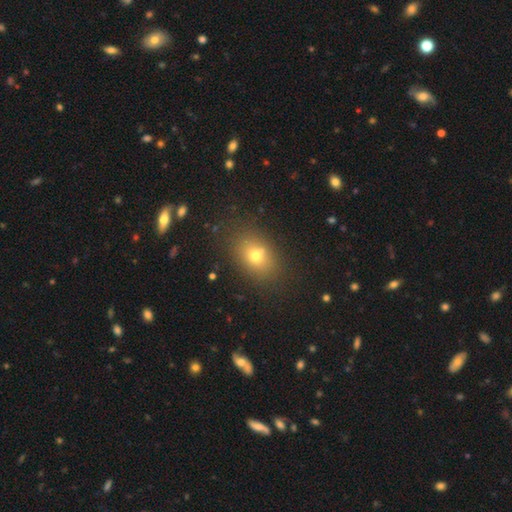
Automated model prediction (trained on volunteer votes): The model was most divided on "how rounded": in between: 68%, round: 30%, cigar-shaped: 2%. More confident: merging — none (84%); smooth or featured — smooth (71%).